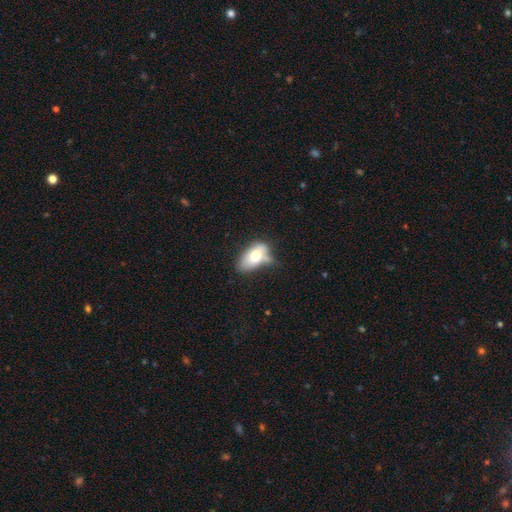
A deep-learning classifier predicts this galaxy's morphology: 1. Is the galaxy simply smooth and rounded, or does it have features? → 69% smooth, 23% featured or disk, 8% star or artifact.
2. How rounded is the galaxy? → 91% in between, 7% round, 2% cigar-shaped.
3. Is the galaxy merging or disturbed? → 32% minor disturbance, 31% none, 19% major disturbance, 18% merger.